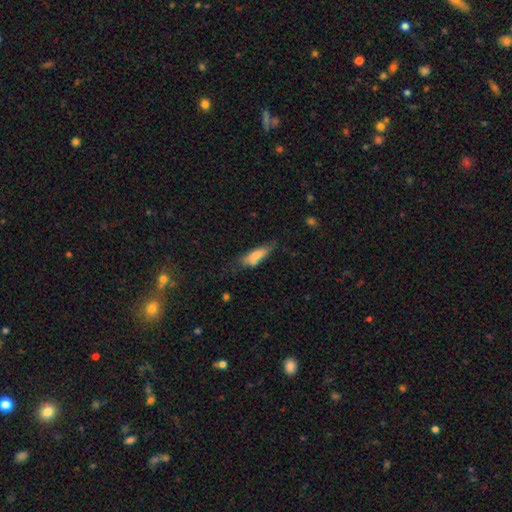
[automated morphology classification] Smooth or featured: smooth — 69% (featured or disk — 24%)
How rounded: in between — 50% (cigar-shaped — 48%)
Merging: none — 50% (minor disturbance — 29%)